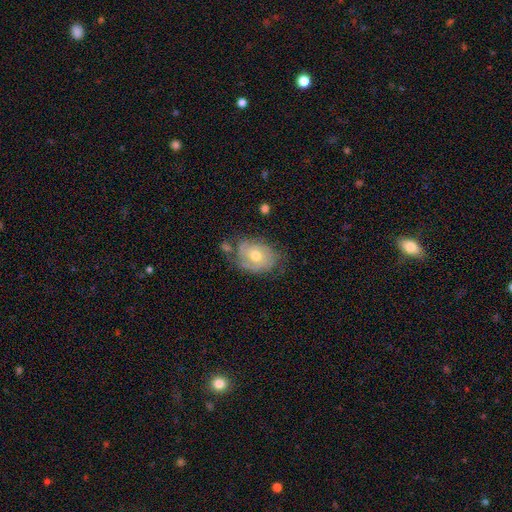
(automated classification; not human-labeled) smooth_or_featured: featured or disk (p=0.66) [alt: smooth p=0.27]
disk_edge_on: no (p=0.96) [alt: yes p=0.04]
bar: no (p=0.76) [alt: weak p=0.20]
has_spiral_arms: yes (p=0.80) [alt: no p=0.20]
spiral_winding: tight (p=0.60) [alt: medium p=0.29]
spiral_arm_count: can't tell (p=0.38) [alt: 2 p=0.35]
bulge_size: moderate (p=0.71) [alt: small p=0.24]
merging: none (p=0.55) [alt: minor disturbance p=0.26]